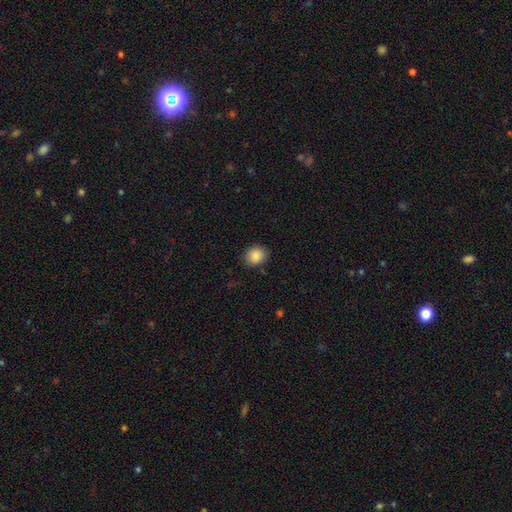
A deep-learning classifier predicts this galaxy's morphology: A smooth galaxy with no disk features (88%) that is round (73%). Merging: none (85%).